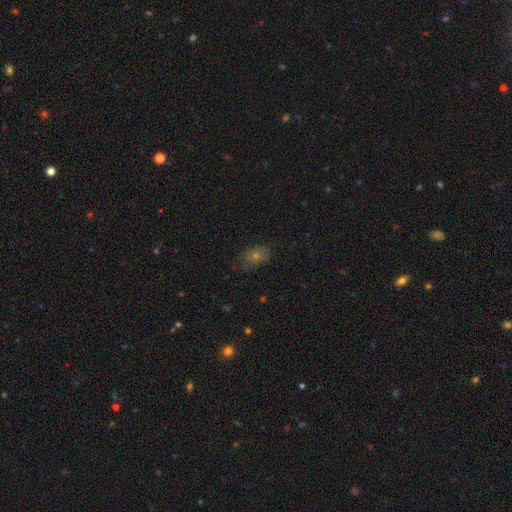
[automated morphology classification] Smooth or featured? Predicted: smooth (p=0.58). How rounded? Predicted: in between (p=0.65). Merging? Predicted: none (p=0.76).